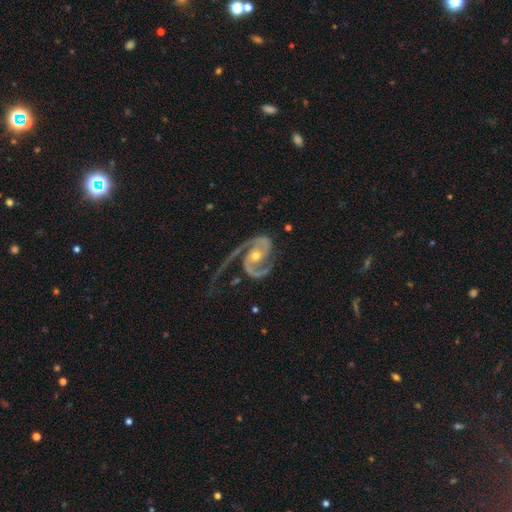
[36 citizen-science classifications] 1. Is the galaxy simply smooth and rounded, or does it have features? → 94% featured or disk, 3% smooth, 3% star or artifact.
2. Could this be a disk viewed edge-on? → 100% no, 0% yes.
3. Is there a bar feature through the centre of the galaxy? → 59% no, 21% strong, 21% weak.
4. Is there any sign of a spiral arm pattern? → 100% yes, 0% no.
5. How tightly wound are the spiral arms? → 59% medium, 29% loose, 12% tight.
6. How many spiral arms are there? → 97% 2, 3% 1, 0% 3, 0% 4, 0% more than 4, 0% can't tell.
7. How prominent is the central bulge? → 65% moderate, 32% small, 3% dominant, 0% large, 0% none.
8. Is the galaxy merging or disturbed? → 57% none, 31% major disturbance, 11% minor disturbance, 0% merger.